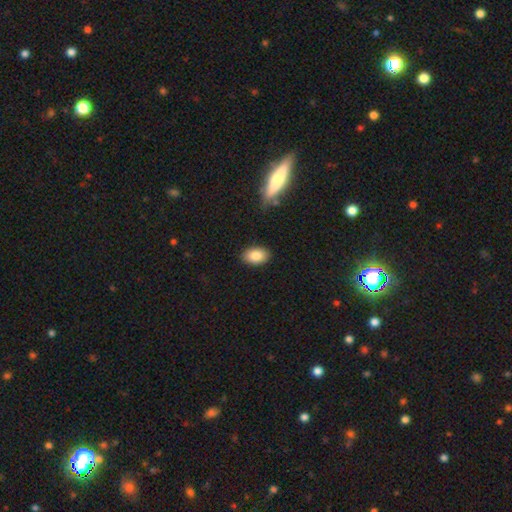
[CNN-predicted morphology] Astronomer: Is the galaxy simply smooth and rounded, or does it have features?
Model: smooth — 84%.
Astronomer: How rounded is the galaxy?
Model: in between — 88%.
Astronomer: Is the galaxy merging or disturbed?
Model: none — 87%.